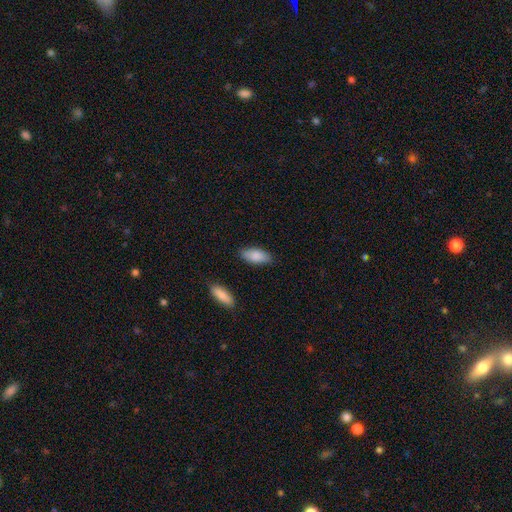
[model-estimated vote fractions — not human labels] Morphology: type=smooth (86%); roundness=in between (85%); merging=none (82%).